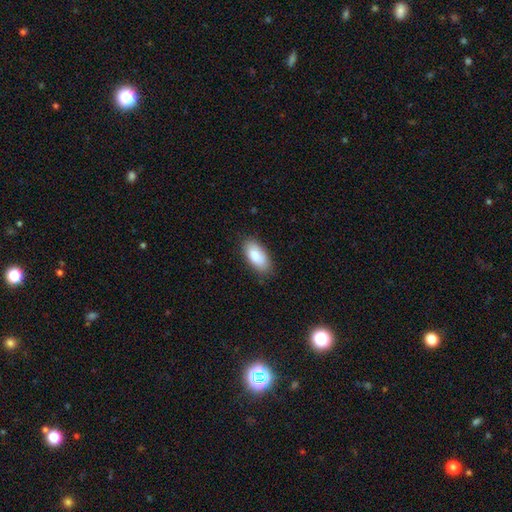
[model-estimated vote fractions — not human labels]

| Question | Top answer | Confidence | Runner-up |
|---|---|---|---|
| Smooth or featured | smooth | 85% | featured or disk (8%) |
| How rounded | in between | 91% | cigar-shaped (7%) |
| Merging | none | 81% | minor disturbance (15%) |